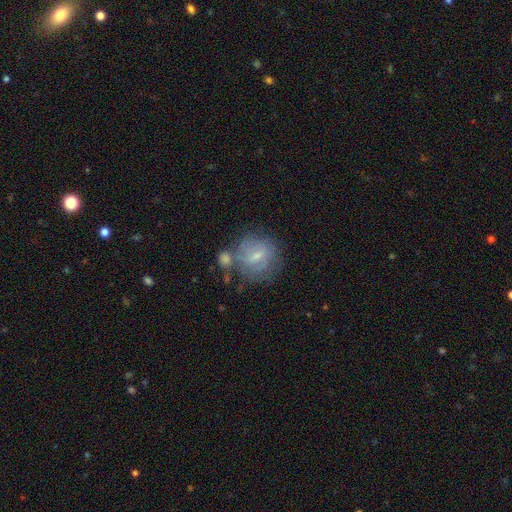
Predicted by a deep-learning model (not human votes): Smooth or featured? Predicted: featured or disk (p=0.49). Merging? Predicted: none (p=0.50).